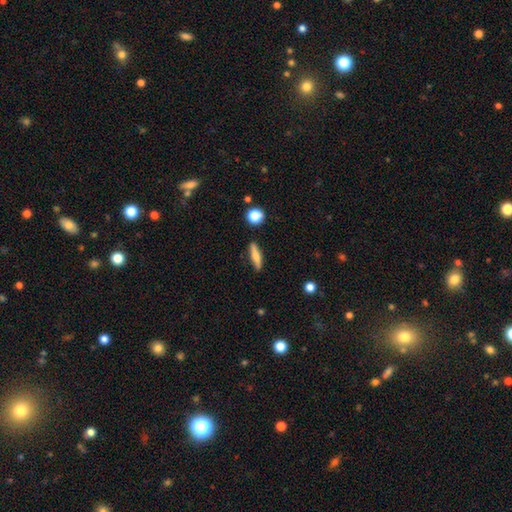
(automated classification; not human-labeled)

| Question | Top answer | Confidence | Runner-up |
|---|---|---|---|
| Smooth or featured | smooth | 67% | featured or disk (26%) |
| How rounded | cigar-shaped | 78% | in between (19%) |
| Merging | none | 84% | minor disturbance (11%) |